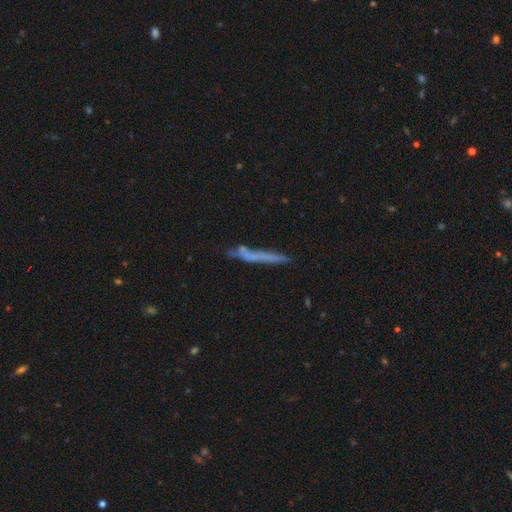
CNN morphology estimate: Q: Smooth or featured?
A: smooth (53%); runner-up: featured or disk (38%)
Q: How rounded?
A: cigar-shaped (96%); runner-up: in between (3%)
Q: Merging?
A: none (72%); runner-up: minor disturbance (17%)